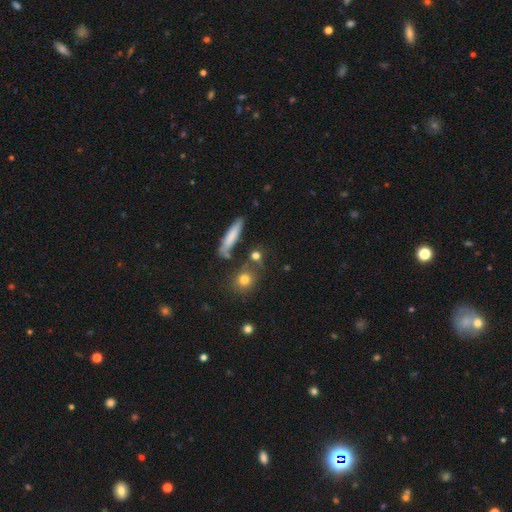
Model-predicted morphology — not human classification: Overall: smooth (74%). How rounded: round (58%; cigar-shaped 24%). Merging: none (68%).